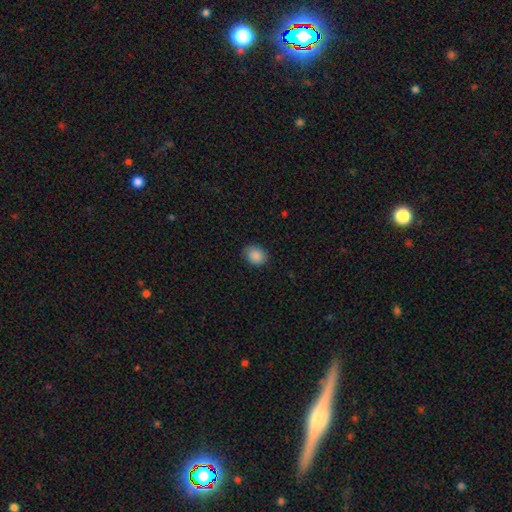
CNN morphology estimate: smooth-or-featured: smooth: 88% | star or artifact: 8% | featured or disk: 3%
  how-rounded: round: 54% | in between: 45% | cigar-shaped: 1%
  merging: none: 85% | minor disturbance: 12% | major disturbance: 3% | merger: 1%